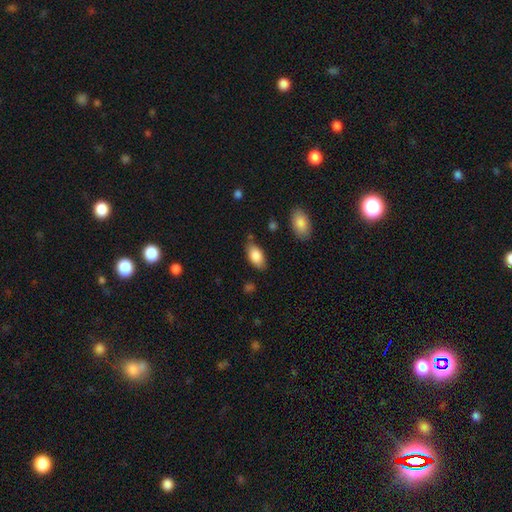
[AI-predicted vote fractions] smooth 85%, featured or disk 9%, star or artifact 6%. Down the decision tree: how rounded — in between (93%); merging — none (75%).